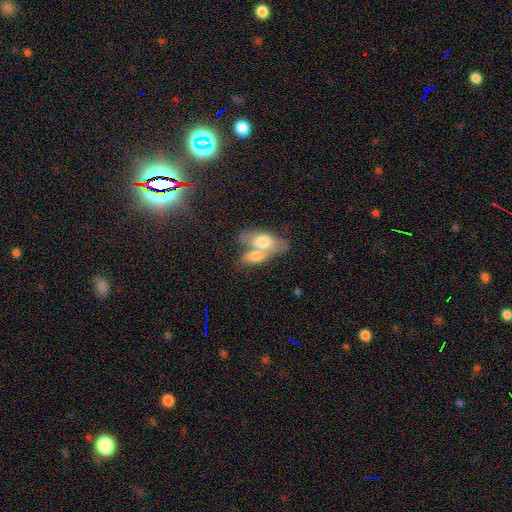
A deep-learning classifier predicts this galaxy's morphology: Smooth or featured?
  - smooth: 68% *
  - featured or disk: 26%
  - star or artifact: 6%
How rounded?
  - in between: 83% *
  - cigar-shaped: 11%
  - round: 6%
Merging?
  - merger: 66% *
  - none: 22%
  - minor disturbance: 8%
  - major disturbance: 4%